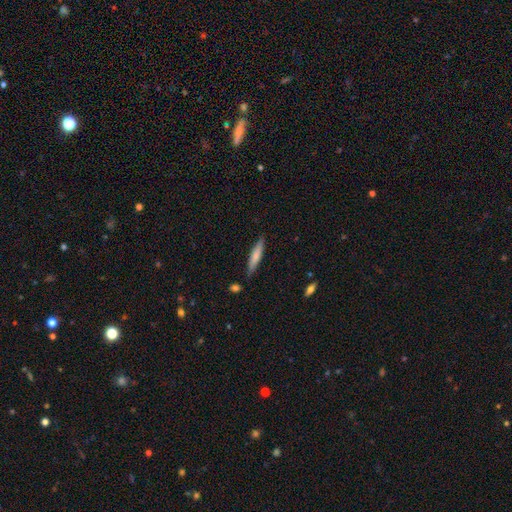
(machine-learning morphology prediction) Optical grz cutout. It shows a smooth galaxy with no disk features (68%) that is cigar-shaped (88%). Merging: none (85%).